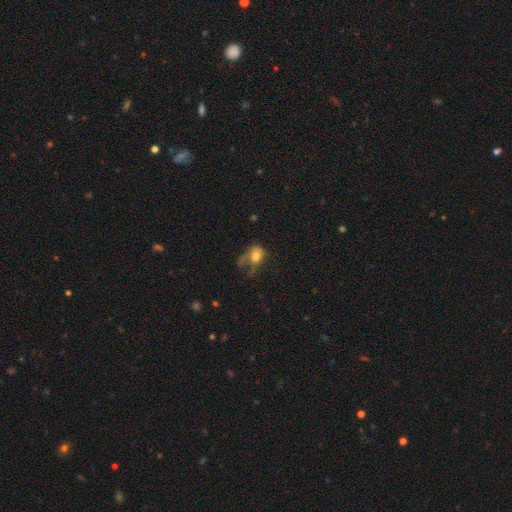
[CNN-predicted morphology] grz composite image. It shows a smooth galaxy with no disk features (65%) that is in between round and cigar-shaped (57%). Merging: major disturbance (50%).